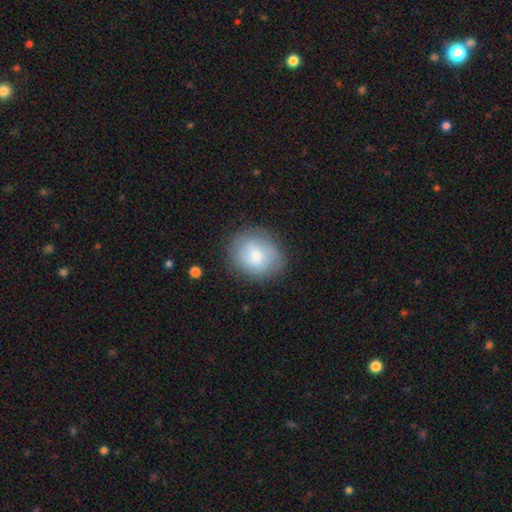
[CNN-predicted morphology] The model was most divided on "smooth or featured": smooth: 59%, featured or disk: 33%, star or artifact: 8%. More confident: merging — none (79%); how rounded — round (70%).